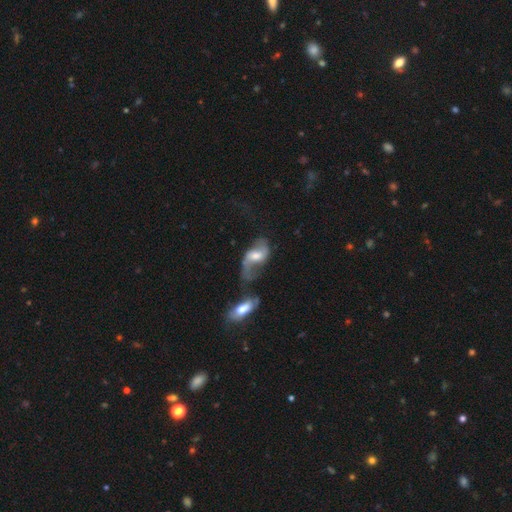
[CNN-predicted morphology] smooth_or_featured: featured or disk (p=0.72) [alt: smooth p=0.21]
disk_edge_on: no (p=0.94) [alt: yes p=0.06]
bar: weak (p=0.47) [alt: no p=0.34]
has_spiral_arms: yes (p=0.85) [alt: no p=0.15]
spiral_winding: loose (p=0.69) [alt: medium p=0.25]
spiral_arm_count: 2 (p=0.85) [alt: can't tell p=0.07]
bulge_size: moderate (p=0.56) [alt: small p=0.23]
merging: none (p=0.31) [alt: merger p=0.28]